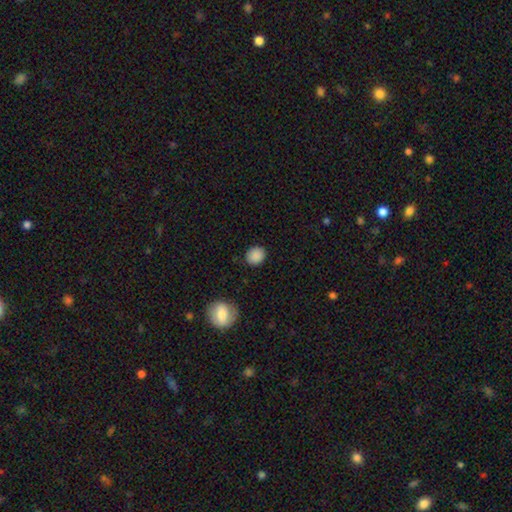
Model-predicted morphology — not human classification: A smooth galaxy with no disk features (87%) that is round (75%).

Vote fractions:
- Smooth or featured? smooth: 87% / star or artifact: 9% / featured or disk: 3%
- How rounded? round: 75% / in between: 24% / cigar-shaped: 1%
- Merging? none: 87% / minor disturbance: 9% / major disturbance: 3% / merger: 1%